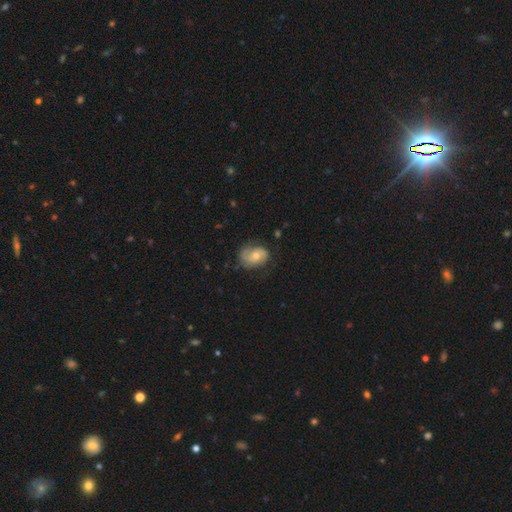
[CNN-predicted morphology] This appears to be a featured or disk galaxy (55%) with no bar (68%), spiral arms (84%) and a moderate central bulge (59%). Merging: none (63%).